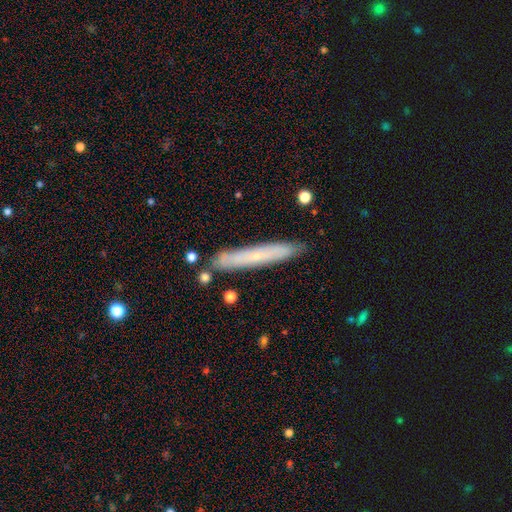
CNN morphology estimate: Smooth or featured? smooth (55%)
How rounded? cigar-shaped (95%)
Merging? none (84%)